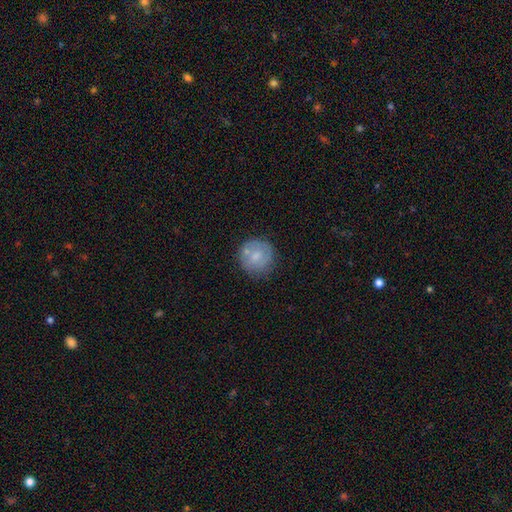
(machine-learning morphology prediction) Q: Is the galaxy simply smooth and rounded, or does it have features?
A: smooth — 62%.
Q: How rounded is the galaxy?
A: round — 92%.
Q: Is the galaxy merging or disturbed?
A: none — 70%.